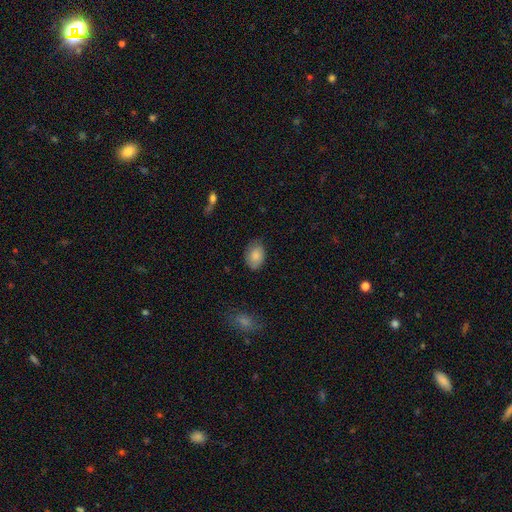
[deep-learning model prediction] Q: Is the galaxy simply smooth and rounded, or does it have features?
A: smooth — 83%.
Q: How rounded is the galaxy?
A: in between — 74%.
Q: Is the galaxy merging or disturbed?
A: none — 72%.